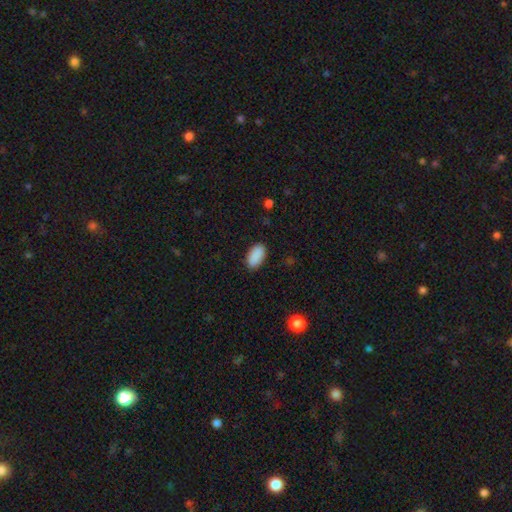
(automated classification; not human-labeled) The model was most divided on "merging": none: 88%, minor disturbance: 9%, major disturbance: 2%, merger: 1%. More confident: how rounded — in between (95%); smooth or featured — smooth (90%).